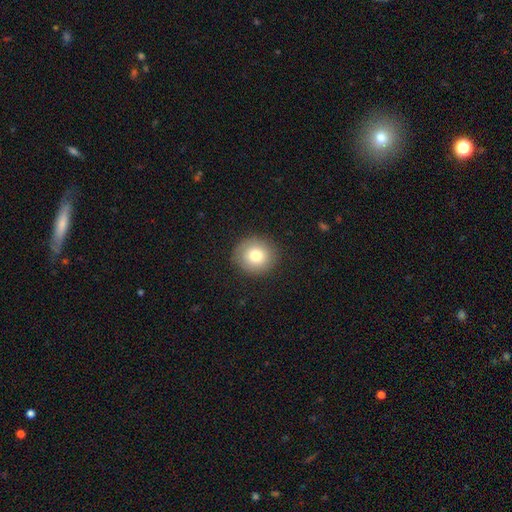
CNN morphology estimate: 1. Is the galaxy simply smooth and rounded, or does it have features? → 78% smooth, 12% featured or disk, 10% star or artifact.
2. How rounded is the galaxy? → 90% round, 9% in between, 1% cigar-shaped.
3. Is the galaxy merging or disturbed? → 89% none, 7% minor disturbance, 3% major disturbance, 1% merger.